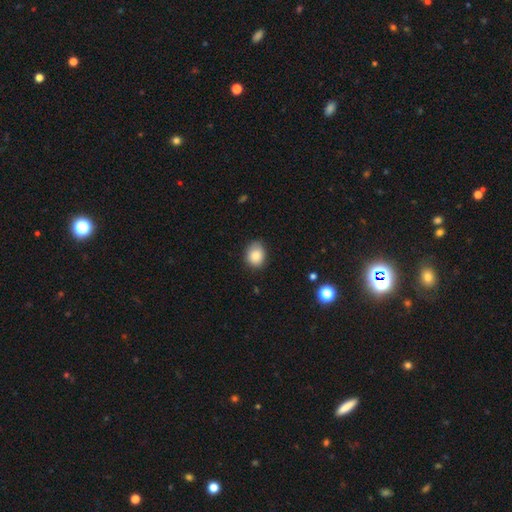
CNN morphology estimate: Q: Smooth or featured?
A: smooth (85%); runner-up: star or artifact (9%)
Q: How rounded?
A: in between (53%); runner-up: round (46%)
Q: Merging?
A: none (74%); runner-up: minor disturbance (21%)